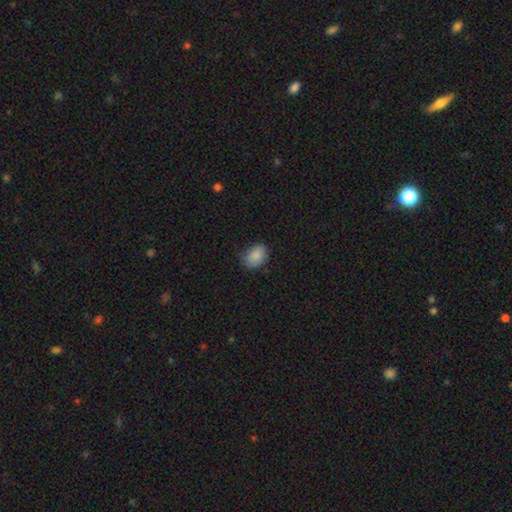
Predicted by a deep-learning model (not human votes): Q: Smooth or featured?
A: smooth (87%); runner-up: star or artifact (8%)
Q: How rounded?
A: in between (75%); runner-up: round (24%)
Q: Merging?
A: none (74%); runner-up: minor disturbance (21%)